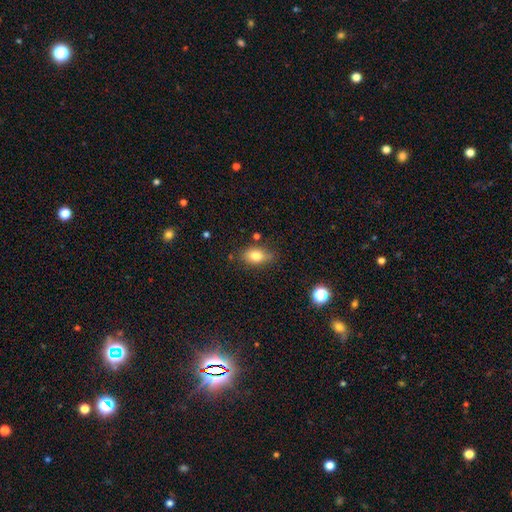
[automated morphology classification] type=smooth (78%); roundness=in between (83%); merging=none (72%).